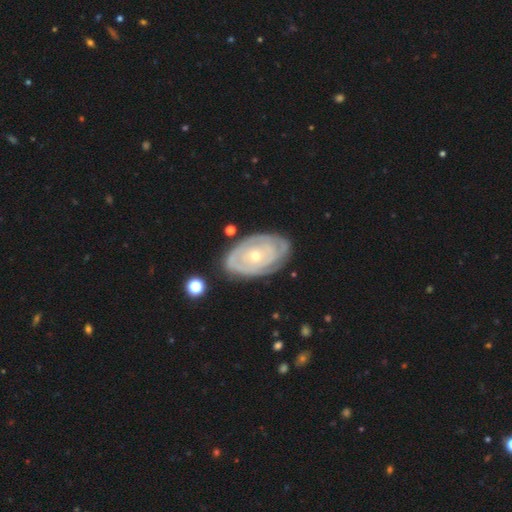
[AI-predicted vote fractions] Smooth or featured? Predicted: featured or disk (p=0.77). Edge-on disk? Predicted: no (p=0.94). Bar? Predicted: no (p=0.85). Spiral arms? Predicted: yes (p=0.73). Spiral winding? Predicted: tight (p=0.82). Spiral arm count? Predicted: can't tell (p=0.54). Bulge size? Predicted: small (p=0.63). Merging? Predicted: none (p=0.76).